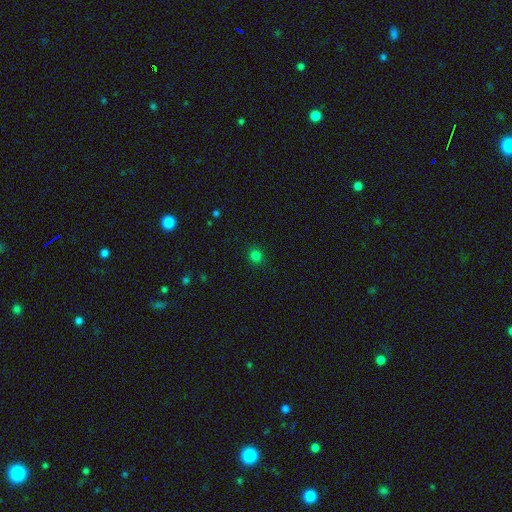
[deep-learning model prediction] smooth 79%, star or artifact 17%, featured or disk 4%. Down the decision tree: how rounded — round (85%); merging — none (90%).